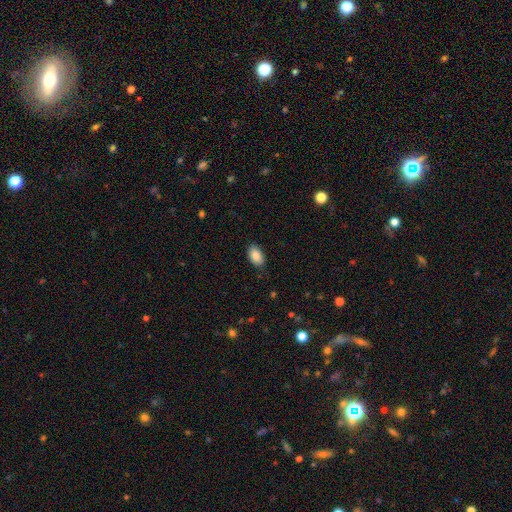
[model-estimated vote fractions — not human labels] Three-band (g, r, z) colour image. It shows a smooth galaxy with no disk features (88%) that is in between round and cigar-shaped (93%). Merging: none (85%).